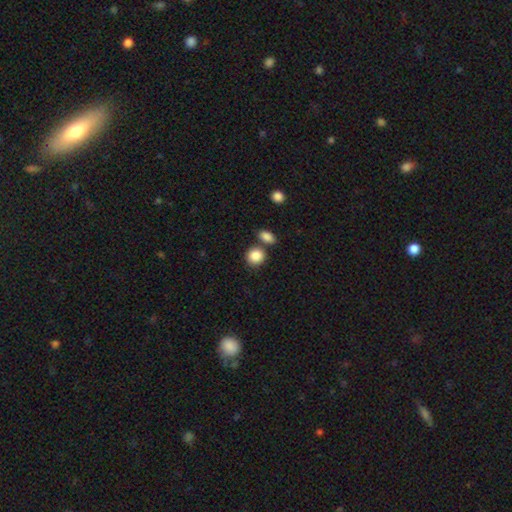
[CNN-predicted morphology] Overall: smooth (87%). How rounded: round (77%). Merging: none (66%).